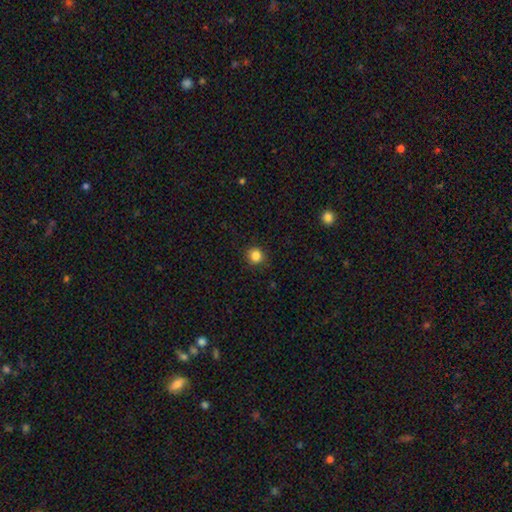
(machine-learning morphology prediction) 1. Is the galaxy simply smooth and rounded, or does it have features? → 85% smooth, 11% star or artifact, 4% featured or disk.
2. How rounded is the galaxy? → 91% round, 8% in between, 1% cigar-shaped.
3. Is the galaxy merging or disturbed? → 90% none, 7% minor disturbance, 2% major disturbance, 1% merger.